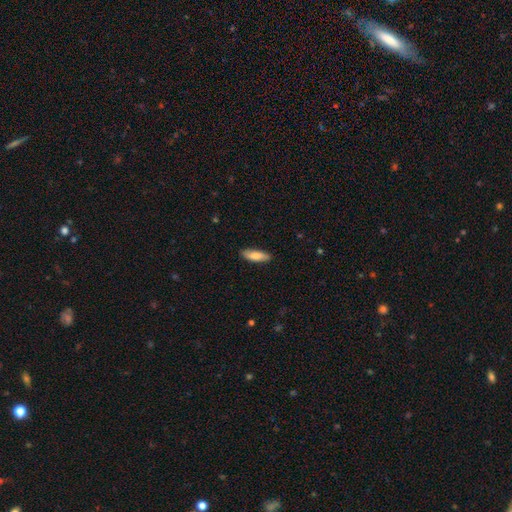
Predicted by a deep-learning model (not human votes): The model was most divided on "how rounded": in between: 51%, cigar-shaped: 47%, round: 2%. More confident: merging — none (87%); smooth or featured — smooth (79%).